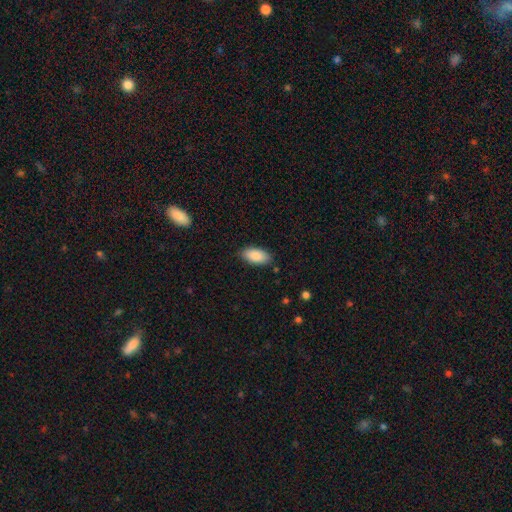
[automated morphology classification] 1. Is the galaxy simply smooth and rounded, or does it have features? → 86% smooth, 7% featured or disk, 7% star or artifact.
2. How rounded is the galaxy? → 93% in between, 4% cigar-shaped, 3% round.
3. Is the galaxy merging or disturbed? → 84% none, 12% minor disturbance, 2% major disturbance, 1% merger.